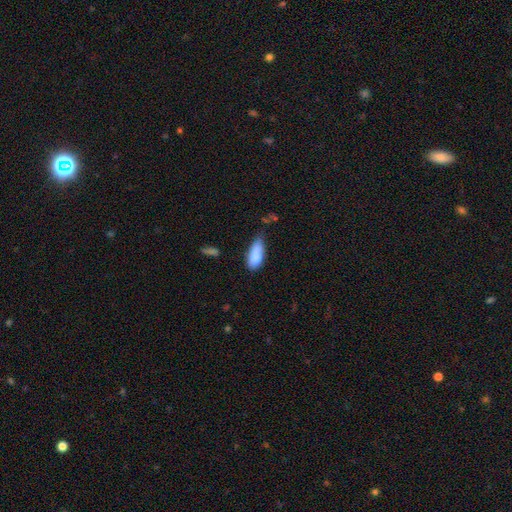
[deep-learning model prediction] Q: Smooth or featured?
A: smooth (84%); runner-up: featured or disk (9%)
Q: How rounded?
A: in between (81%); runner-up: cigar-shaped (16%)
Q: Merging?
A: minor disturbance (44%); runner-up: none (37%)